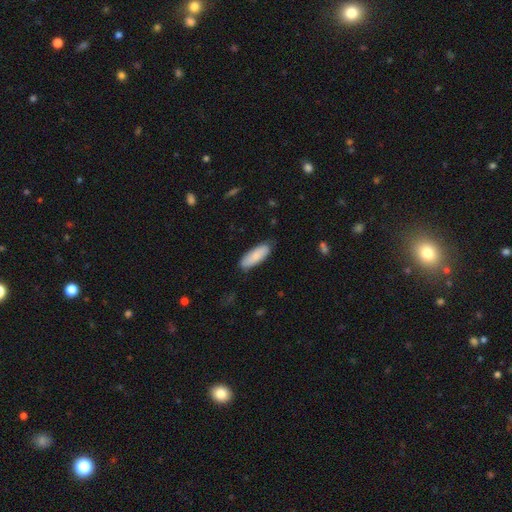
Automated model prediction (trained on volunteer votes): smooth-or-featured: smooth: 83% | featured or disk: 12% | star or artifact: 6%
  how-rounded: in between: 62% | cigar-shaped: 36% | round: 2%
  merging: none: 81% | minor disturbance: 16% | major disturbance: 3% | merger: 1%